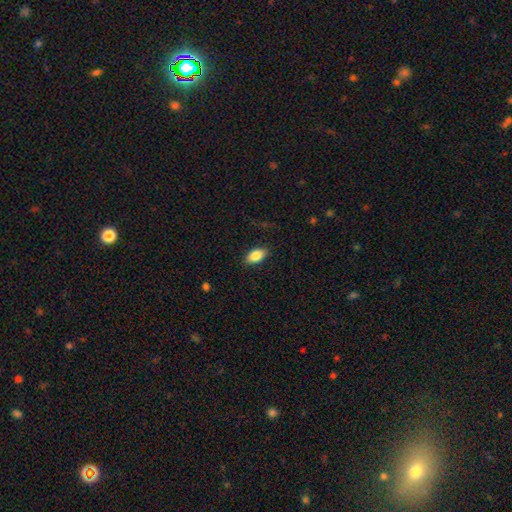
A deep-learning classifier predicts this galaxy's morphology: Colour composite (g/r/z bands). It shows a smooth galaxy with no disk features (86%) that is in between round and cigar-shaped (91%). Merging: none (87%).